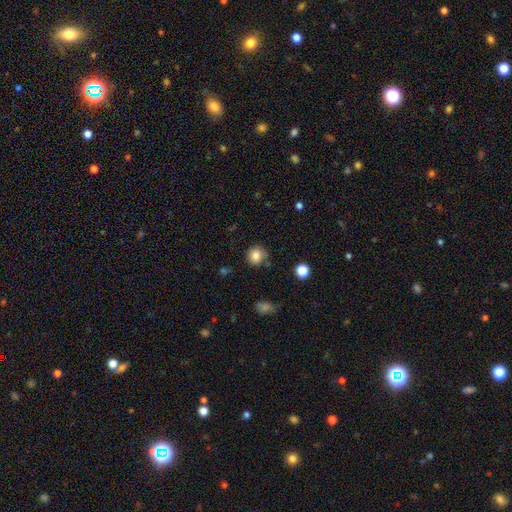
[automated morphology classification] Smooth or featured? smooth (83%)
How rounded? round (88%)
Merging? none (80%)